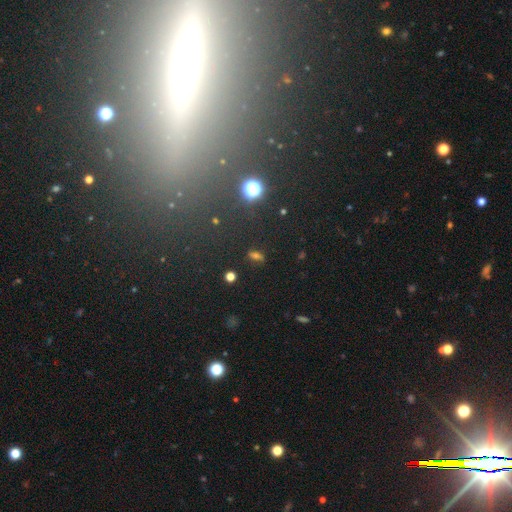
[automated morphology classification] smooth_or_featured: smooth (p=0.46) [alt: star or artifact p=0.43]
merging: none (p=0.76) [alt: minor disturbance p=0.12]